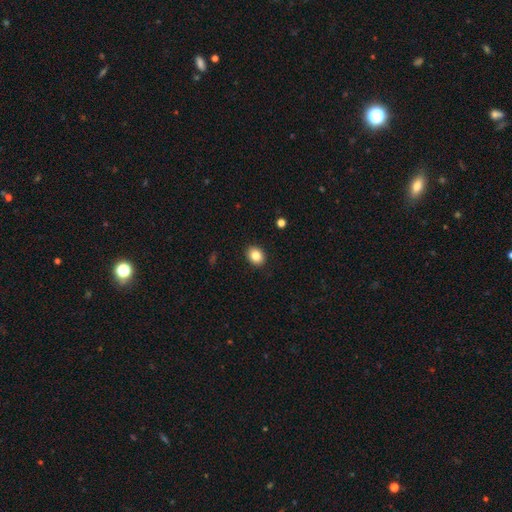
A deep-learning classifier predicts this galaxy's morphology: smooth 84%, star or artifact 9%, featured or disk 7%. Down the decision tree: how rounded — in between (55%); merging — none (90%).